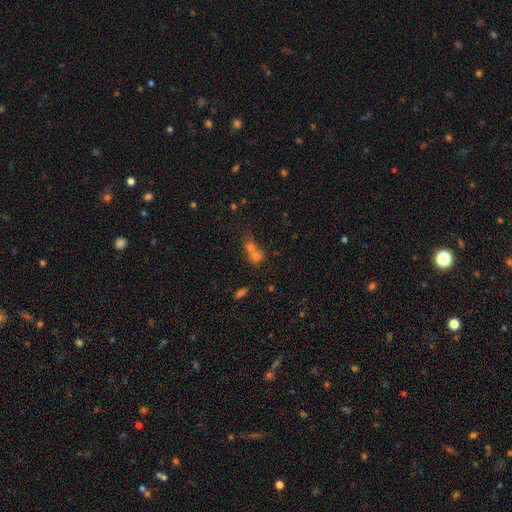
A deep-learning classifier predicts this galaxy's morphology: The model was most divided on "how rounded": round: 69%, in between: 29%, cigar-shaped: 2%. More confident: smooth or featured — smooth (66%); merging — merger (66%).